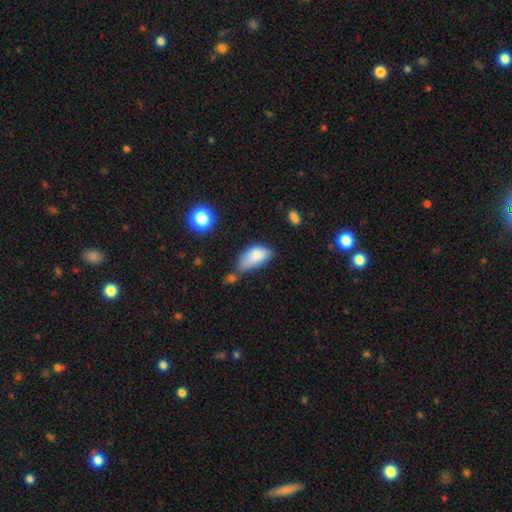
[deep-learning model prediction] A smooth galaxy with no disk features (79%) that is in between round and cigar-shaped (91%). Merging: minor disturbance (34%).